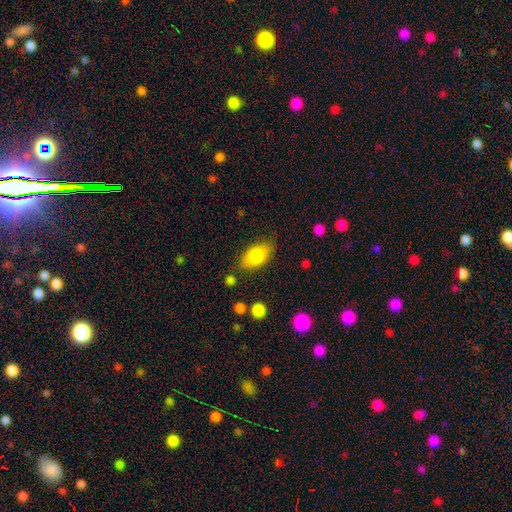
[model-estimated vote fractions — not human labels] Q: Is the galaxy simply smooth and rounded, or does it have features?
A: smooth — 82%.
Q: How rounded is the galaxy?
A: in between — 91%.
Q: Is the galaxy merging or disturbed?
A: none — 77%.